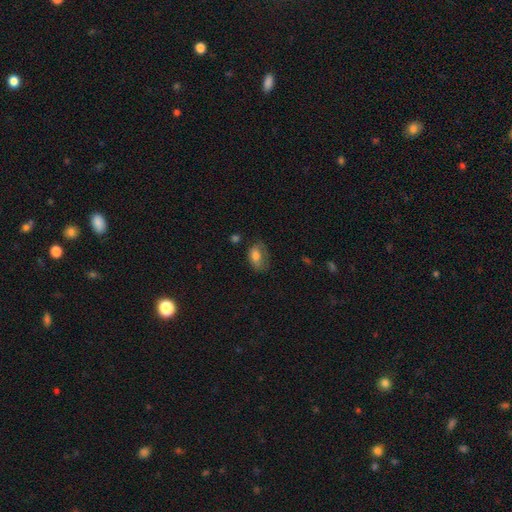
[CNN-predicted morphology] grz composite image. It shows a smooth galaxy with no disk features (73%) that is in between round and cigar-shaped (85%). Merging: none (43%).